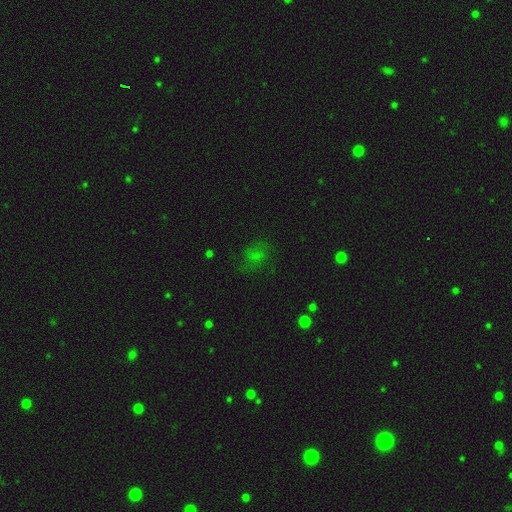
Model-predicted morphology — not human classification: smooth_or_featured: smooth (p=0.56) [alt: star or artifact p=0.29]
how_rounded: in between (p=0.55) [alt: round p=0.43]
merging: none (p=0.60) [alt: minor disturbance p=0.22]